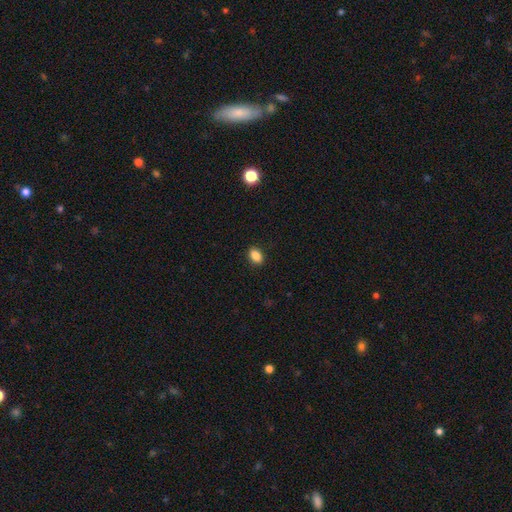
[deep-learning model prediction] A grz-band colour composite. It shows a smooth galaxy with no disk features (87%) that is in between round and cigar-shaped (83%). Merging: none (89%).